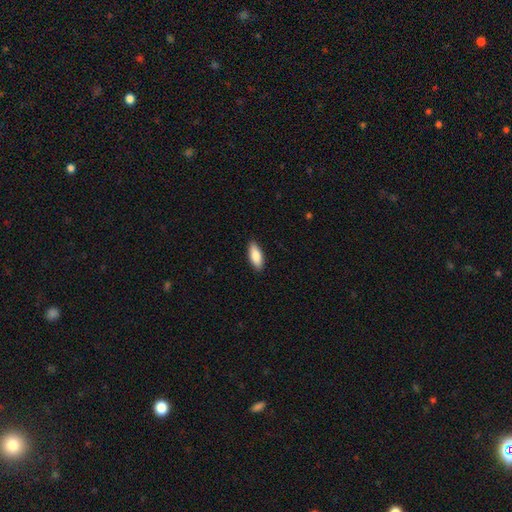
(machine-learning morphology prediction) Q: Smooth or featured?
A: smooth (87%); runner-up: featured or disk (8%)
Q: How rounded?
A: in between (78%); runner-up: cigar-shaped (21%)
Q: Merging?
A: none (89%); runner-up: minor disturbance (8%)